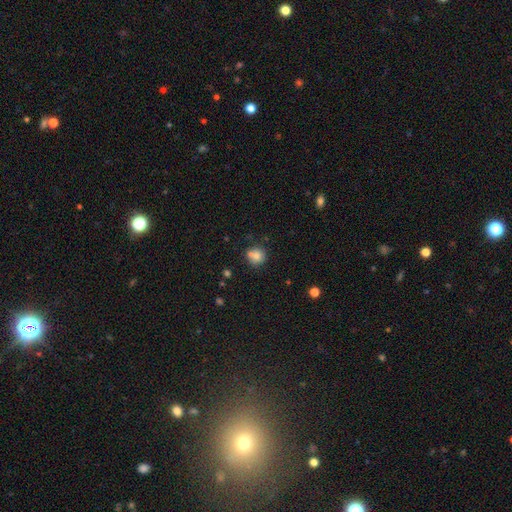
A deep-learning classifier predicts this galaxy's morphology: This is likely a smooth galaxy (75%). How rounded: clearly round (89%). Merging: likely none (61%).